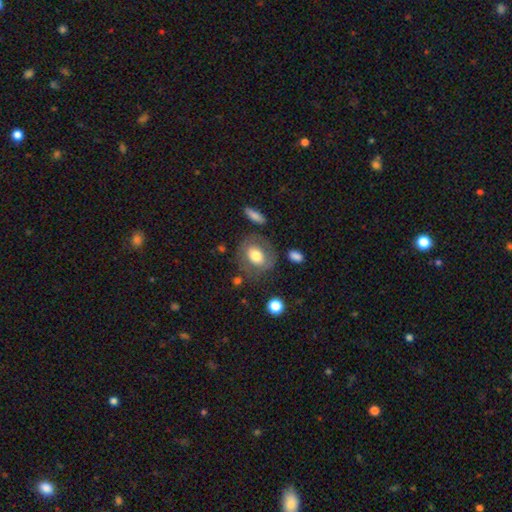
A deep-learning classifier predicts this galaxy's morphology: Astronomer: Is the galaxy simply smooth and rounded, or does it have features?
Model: smooth — 63%.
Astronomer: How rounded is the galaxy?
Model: round — 53% (runner-up: in between, 45%).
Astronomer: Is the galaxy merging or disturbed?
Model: none — 68%.